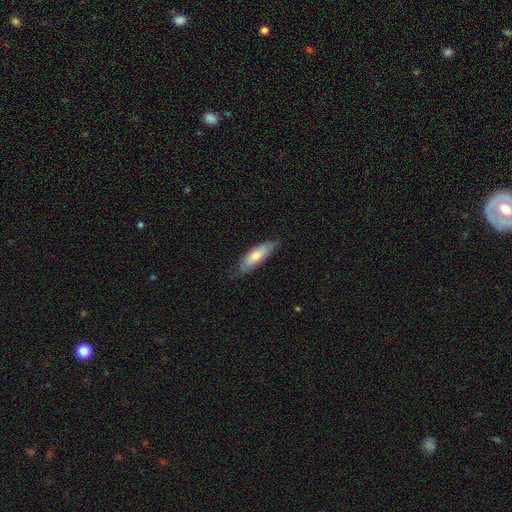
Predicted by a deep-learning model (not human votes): smooth 68%, featured or disk 26%, star or artifact 6%. Down the decision tree: how rounded — cigar-shaped (52%); merging — none (78%).